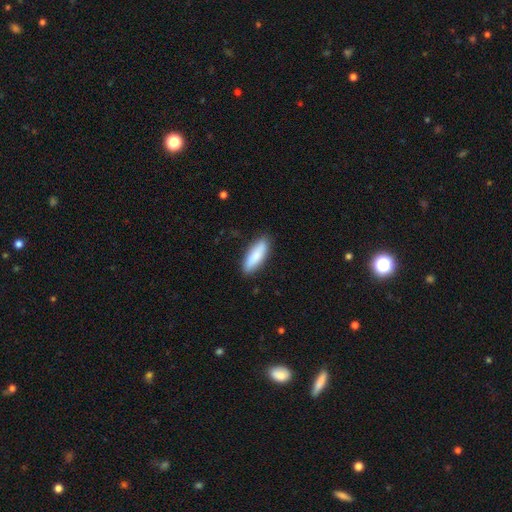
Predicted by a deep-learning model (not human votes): Q: Smooth or featured?
A: smooth (85%); runner-up: featured or disk (10%)
Q: How rounded?
A: in between (51%); runner-up: cigar-shaped (48%)
Q: Merging?
A: none (86%); runner-up: minor disturbance (11%)